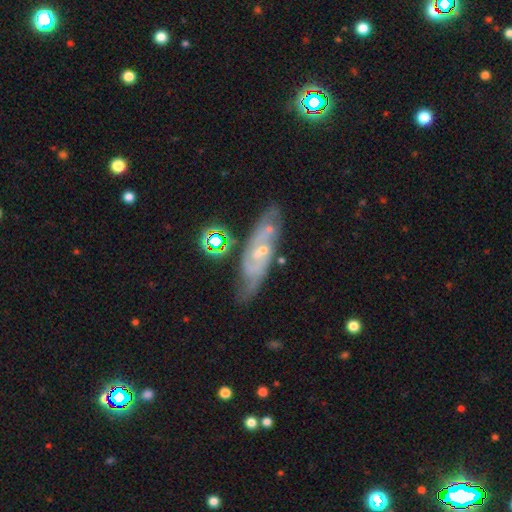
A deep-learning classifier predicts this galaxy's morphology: A featured or disk galaxy (73%) with no bar (62%), spiral arms (88%) and a small central bulge (72%). Merging: none (76%).